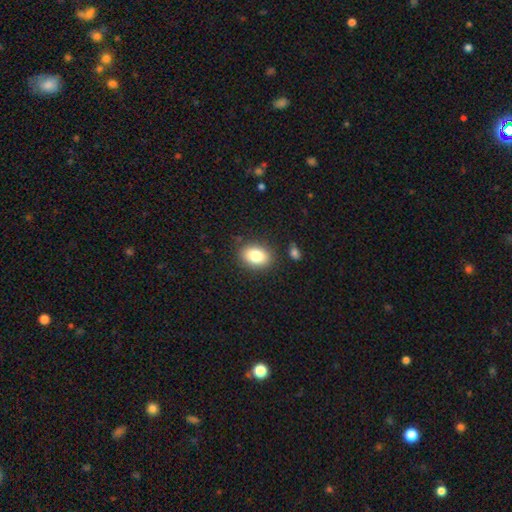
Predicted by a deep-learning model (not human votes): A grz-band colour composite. It shows a smooth galaxy with no disk features (82%) that is in between round and cigar-shaped (72%). Merging: none (86%).